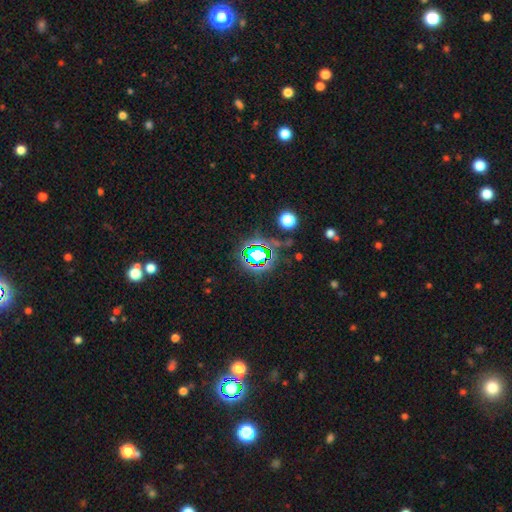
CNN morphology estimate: Smooth or featured? star or artifact (73%)